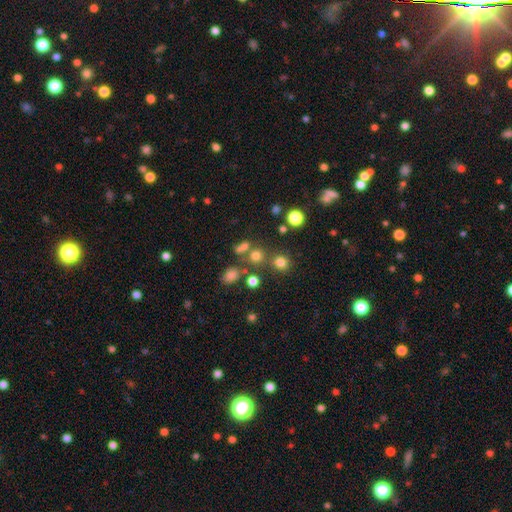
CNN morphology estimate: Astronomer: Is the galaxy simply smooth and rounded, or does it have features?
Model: smooth — 70%.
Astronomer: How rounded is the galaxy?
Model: round — 83%.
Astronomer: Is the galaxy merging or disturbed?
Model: none — 64%.